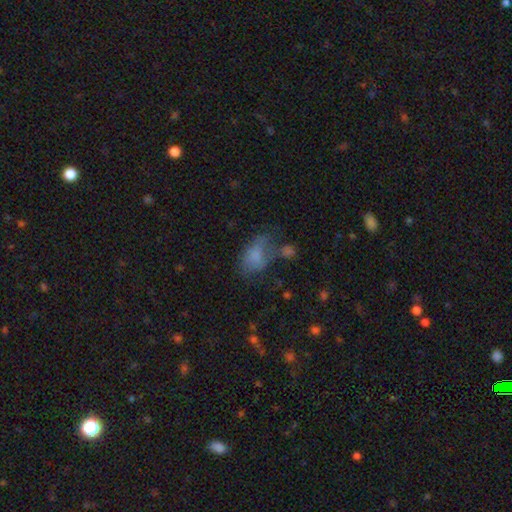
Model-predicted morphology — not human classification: This is likely a smooth galaxy (69%). How rounded: clearly in between (85%). Merging: marginally none (33%).